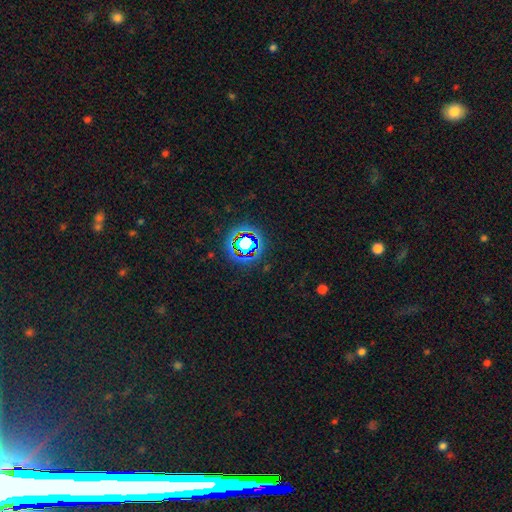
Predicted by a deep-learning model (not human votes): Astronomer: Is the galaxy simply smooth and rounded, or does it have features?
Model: star or artifact — 79%.